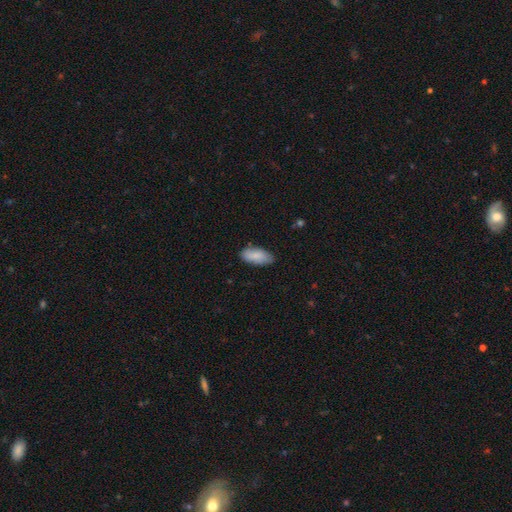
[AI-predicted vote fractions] Morphology: type=smooth (86%); roundness=in between (90%); merging=none (76%).